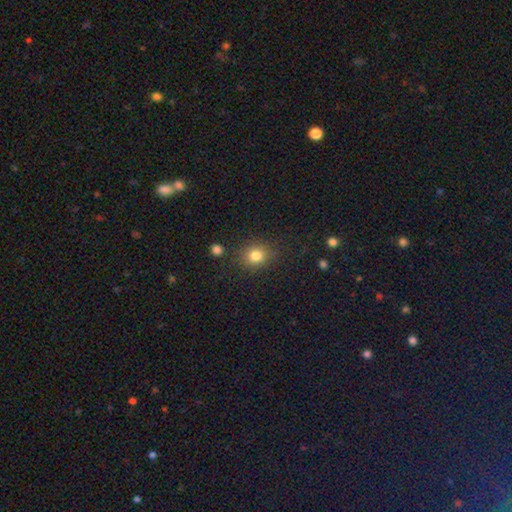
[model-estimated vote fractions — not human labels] Smooth or featured: smooth — 81% (star or artifact — 12%)
How rounded: round — 70% (in between — 29%)
Merging: none — 82% (minor disturbance — 11%)